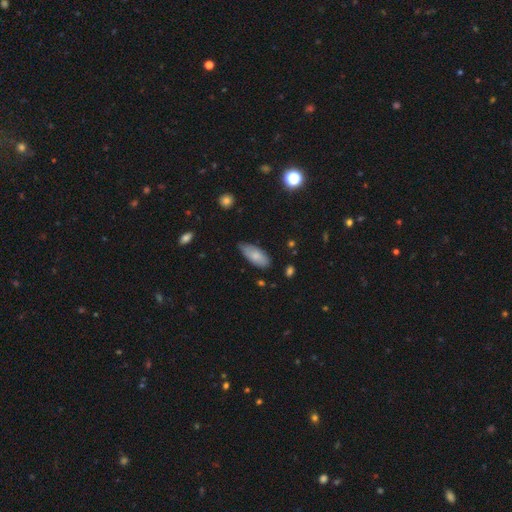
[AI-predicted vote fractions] Smooth or featured?
  - smooth: 77% *
  - featured or disk: 16%
  - star or artifact: 7%
How rounded?
  - in between: 86% *
  - cigar-shaped: 12%
  - round: 2%
Merging?
  - none: 64% *
  - minor disturbance: 30%
  - major disturbance: 4%
  - merger: 2%